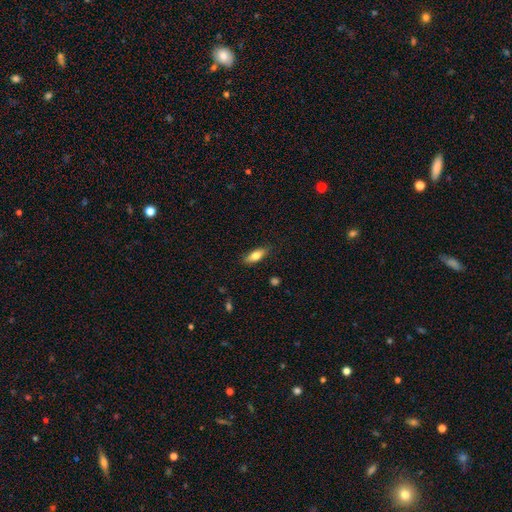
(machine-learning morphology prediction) Q: Smooth or featured?
A: smooth (72%); runner-up: featured or disk (22%)
Q: How rounded?
A: in between (67%); runner-up: cigar-shaped (30%)
Q: Merging?
A: none (85%); runner-up: minor disturbance (12%)